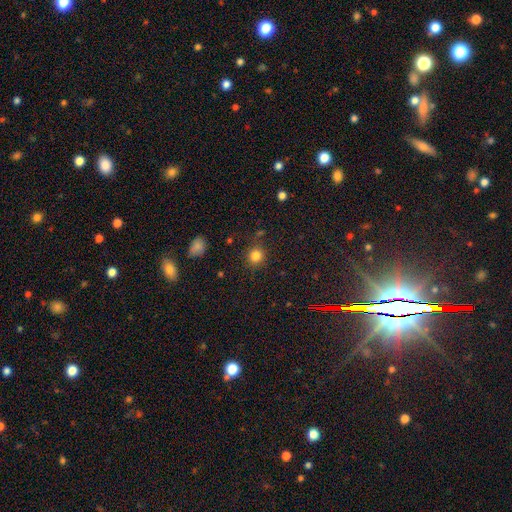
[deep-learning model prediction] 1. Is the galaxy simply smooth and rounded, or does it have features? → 83% smooth, 13% star or artifact, 5% featured or disk.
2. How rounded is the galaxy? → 89% round, 10% in between, 1% cigar-shaped.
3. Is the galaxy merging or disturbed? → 85% none, 9% minor disturbance, 3% major disturbance, 3% merger.